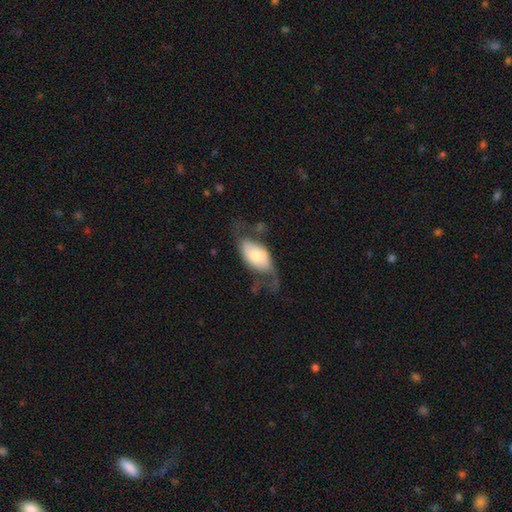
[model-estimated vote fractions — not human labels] Smooth or featured?
  - featured or disk: 56% *
  - smooth: 39%
  - star or artifact: 6%
Edge-on disk?
  - no: 89% *
  - yes: 11%
Merging?
  - major disturbance: 37% *
  - none: 36%
  - minor disturbance: 23%
  - merger: 4%